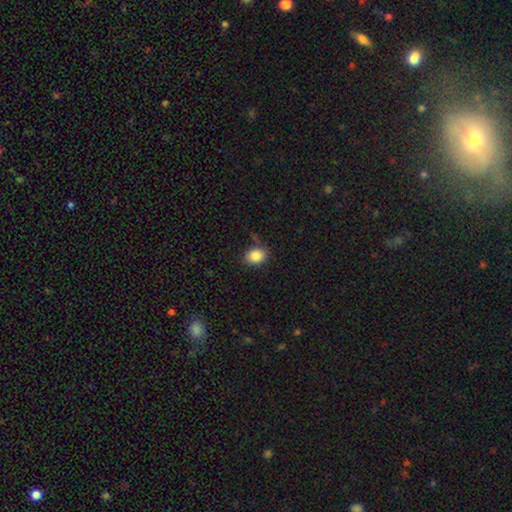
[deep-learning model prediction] smooth_or_featured: smooth (p=0.86) [alt: star or artifact p=0.09]
how_rounded: in between (p=0.59) [alt: round p=0.40]
merging: none (p=0.79) [alt: minor disturbance p=0.15]